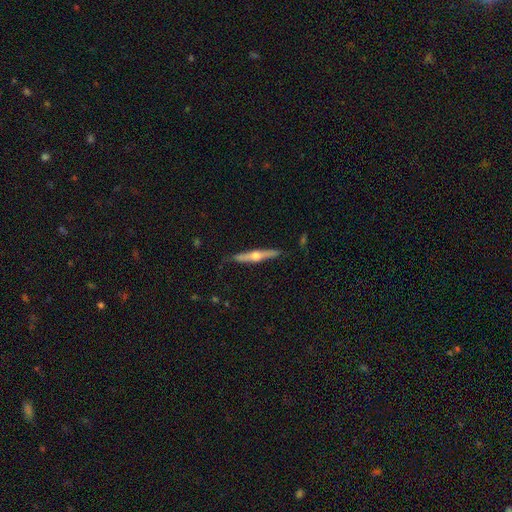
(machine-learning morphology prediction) smooth_or_featured: featured or disk (p=0.69) [alt: smooth p=0.25]
disk_edge_on: yes (p=0.96) [alt: no p=0.04]
edge_on_bulge: rounded (p=0.94) [alt: none p=0.04]
merging: none (p=0.85) [alt: minor disturbance p=0.12]